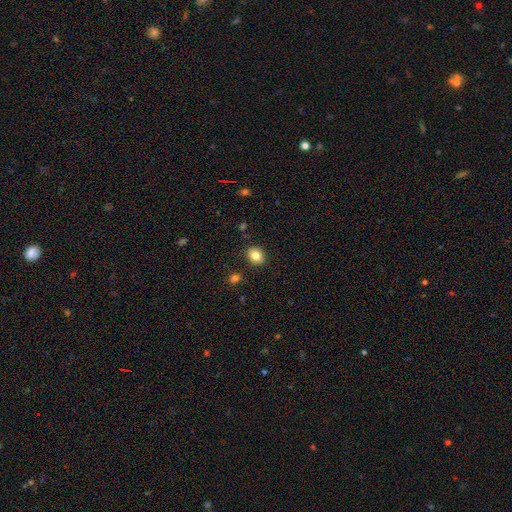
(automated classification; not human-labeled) smooth 84%, star or artifact 10%, featured or disk 7%. Down the decision tree: how rounded — round (59%); merging — none (87%).